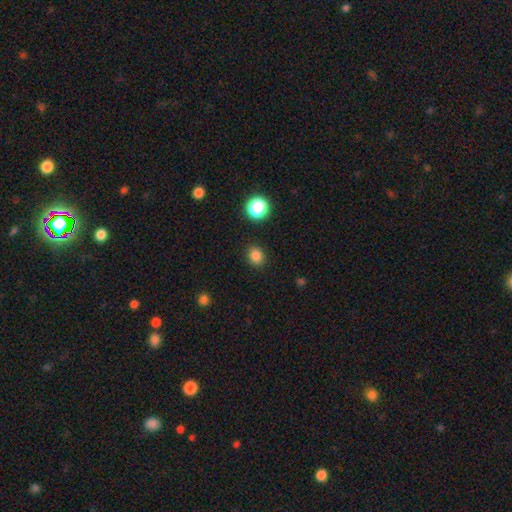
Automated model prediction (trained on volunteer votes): A smooth galaxy with no disk features (83%) that is round (67%).

Vote fractions:
- Smooth or featured? smooth: 83% / star or artifact: 13% / featured or disk: 4%
- How rounded? round: 67% / in between: 33% / cigar-shaped: 1%
- Merging? none: 89% / minor disturbance: 7% / major disturbance: 2% / merger: 2%